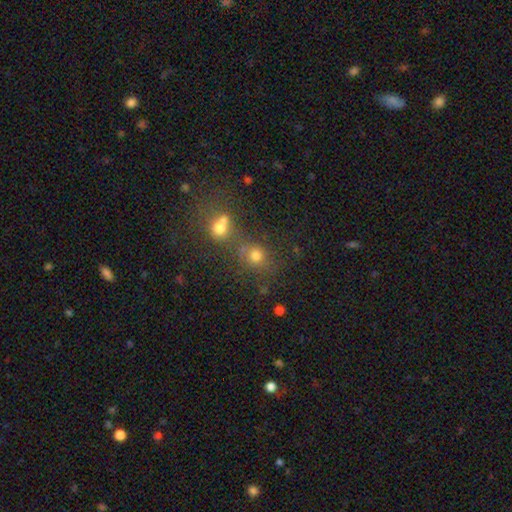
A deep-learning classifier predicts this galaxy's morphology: smooth_or_featured: smooth (p=0.70) [alt: star or artifact p=0.20]
how_rounded: round (p=0.79) [alt: in between p=0.19]
merging: none (p=0.56) [alt: merger p=0.28]